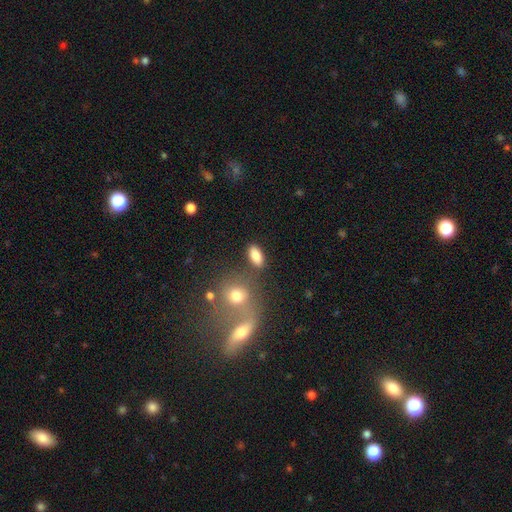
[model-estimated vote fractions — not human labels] A smooth galaxy with no disk features (85%) that is in between round and cigar-shaped (88%). Merging: none (76%).